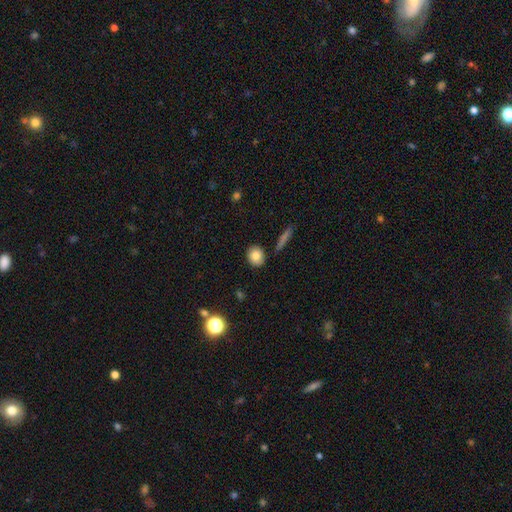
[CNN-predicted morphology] Smooth or featured? smooth (82%)
How rounded? round (72%)
Merging? none (86%)